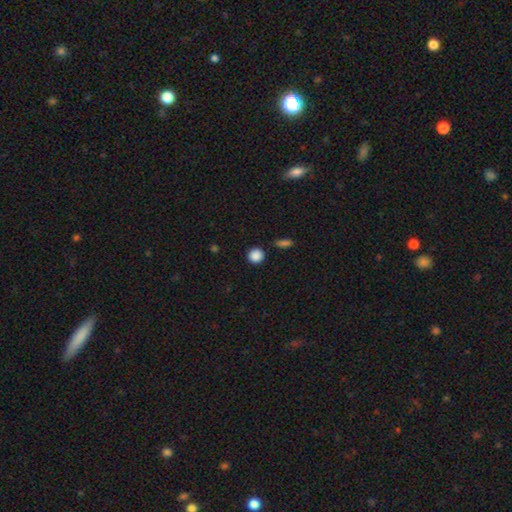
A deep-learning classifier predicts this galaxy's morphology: A smooth galaxy with no disk features (88%) that is round (92%).

Vote fractions:
- Smooth or featured? smooth: 88% / star or artifact: 9% / featured or disk: 3%
- How rounded? round: 92% / in between: 7% / cigar-shaped: 1%
- Merging? none: 89% / minor disturbance: 7% / merger: 3% / major disturbance: 2%